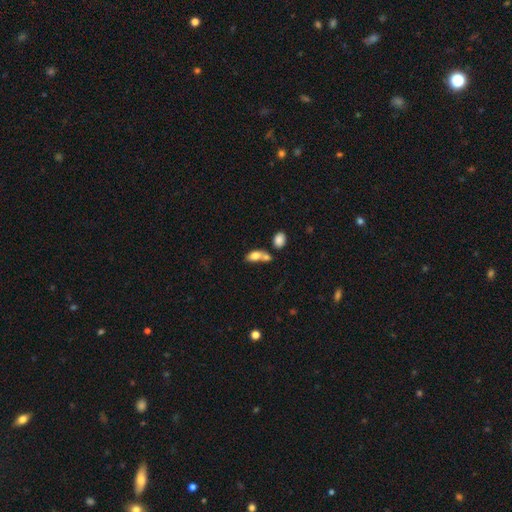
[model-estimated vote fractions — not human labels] Overall: smooth (77%). How rounded: in between (85%). Merging: merger (57%; none 26%).